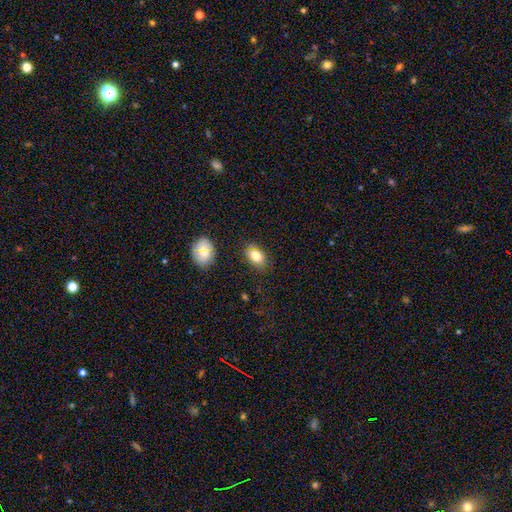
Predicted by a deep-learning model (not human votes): This is clearly a smooth galaxy (82%). How rounded: clearly in between (83%). Merging: clearly none (82%).